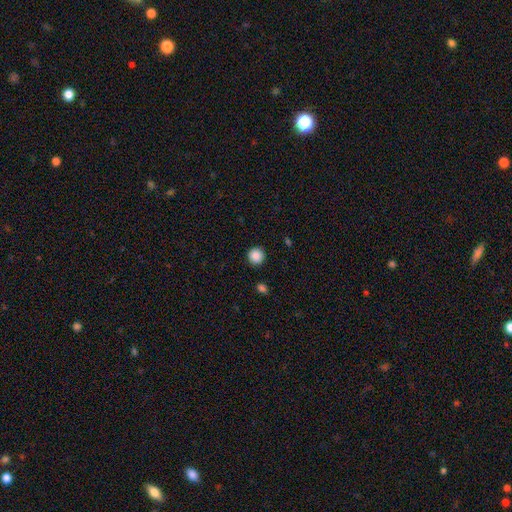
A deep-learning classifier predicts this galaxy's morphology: This appears to be a smooth galaxy with no disk features (88%) that is round (94%). Merging: none (92%).